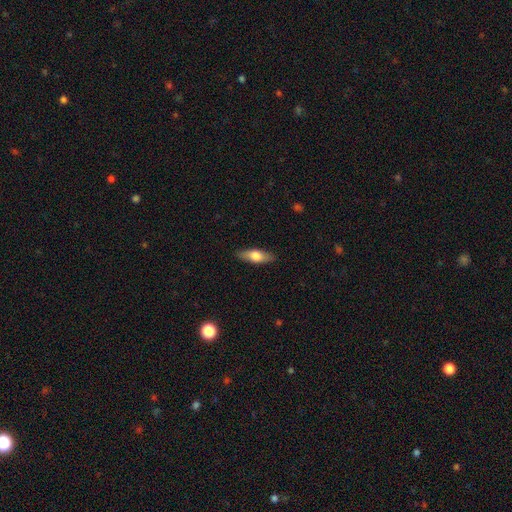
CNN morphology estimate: smooth-or-featured: smooth: 65% | featured or disk: 29% | star or artifact: 6%
  how-rounded: in between: 62% | cigar-shaped: 35% | round: 3%
  merging: none: 88% | minor disturbance: 9% | major disturbance: 2% | merger: 1%